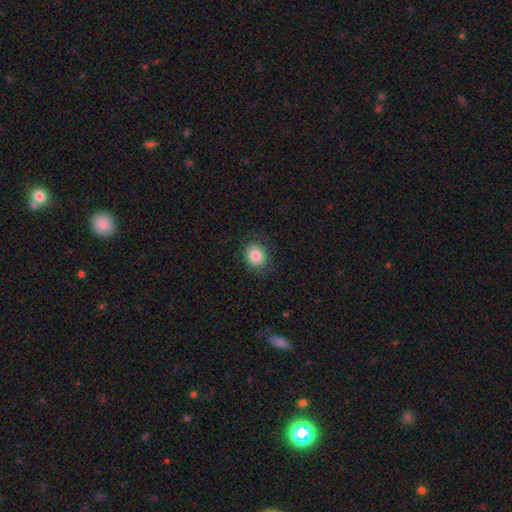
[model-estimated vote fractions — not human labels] Smooth or featured: smooth — 83% (star or artifact — 9%)
How rounded: round — 54% (in between — 45%)
Merging: none — 82% (minor disturbance — 12%)